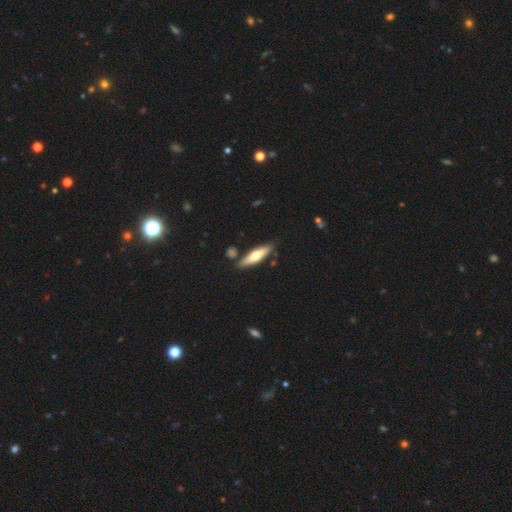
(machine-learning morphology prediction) A smooth galaxy with no disk features (51%) that is cigar-shaped (69%).

Vote fractions:
- Smooth or featured? smooth: 51% / featured or disk: 44% / star or artifact: 5%
- How rounded? cigar-shaped: 69% / in between: 29% / round: 2%
- Merging? none: 80% / minor disturbance: 11% / merger: 6% / major disturbance: 2%